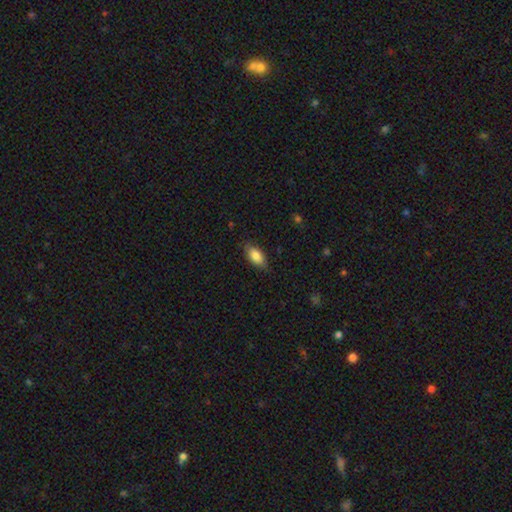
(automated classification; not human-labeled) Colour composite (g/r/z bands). It shows a smooth galaxy with no disk features (84%) that is in between round and cigar-shaped (90%). Merging: none (79%).